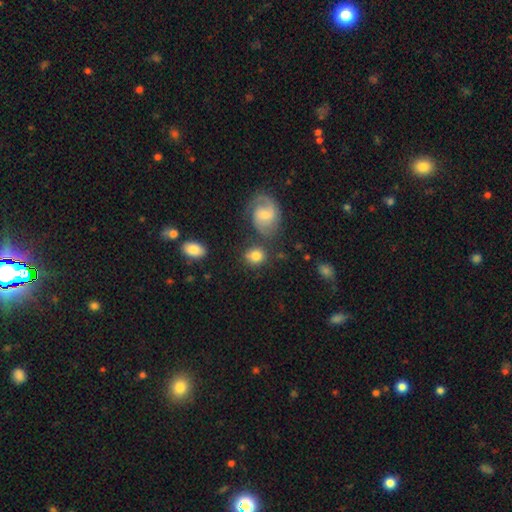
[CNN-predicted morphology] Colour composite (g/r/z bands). It shows a smooth galaxy with no disk features (76%) that is round (75%). Merging: none (69%).